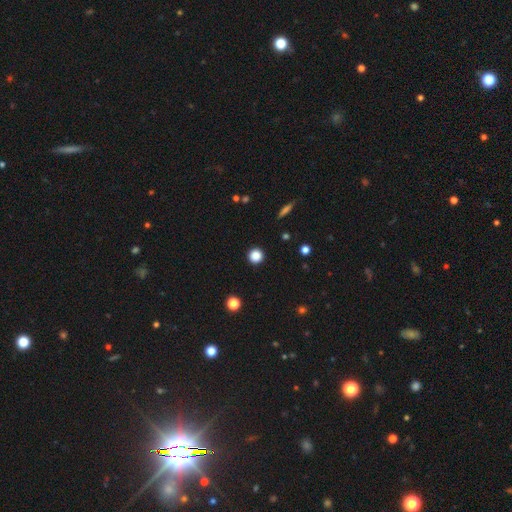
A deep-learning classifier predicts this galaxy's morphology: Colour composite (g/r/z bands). It shows a smooth galaxy with no disk features (86%) that is round (96%). Merging: none (93%).